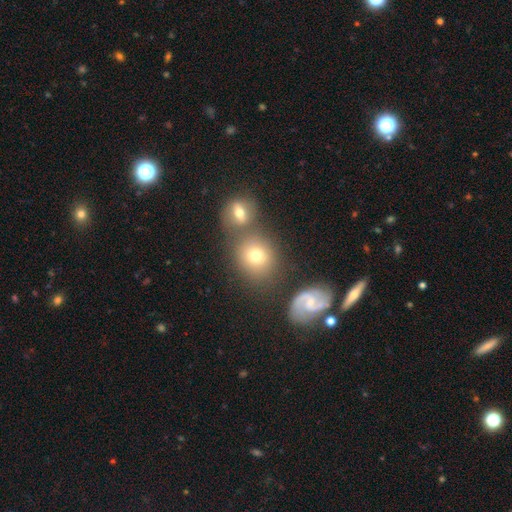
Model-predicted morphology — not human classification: The model was most divided on "merging": none: 61%, merger: 24%, minor disturbance: 11%, major disturbance: 4%. More confident: how rounded — round (76%); smooth or featured — smooth (70%).